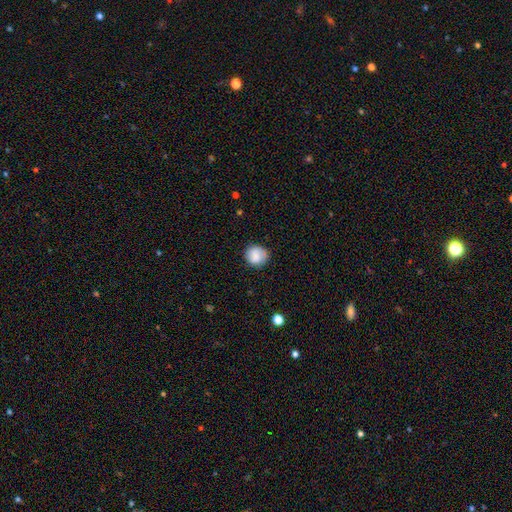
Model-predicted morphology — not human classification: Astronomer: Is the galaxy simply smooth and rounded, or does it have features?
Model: smooth — 80%.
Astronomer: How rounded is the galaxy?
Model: round — 88%.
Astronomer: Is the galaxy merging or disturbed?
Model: none — 79%.